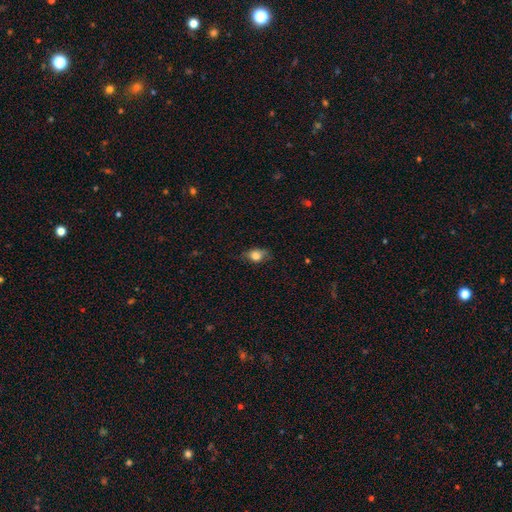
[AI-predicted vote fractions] This appears to be a smooth galaxy with no disk features (77%) that is in between round and cigar-shaped (71%). Merging: none (68%).